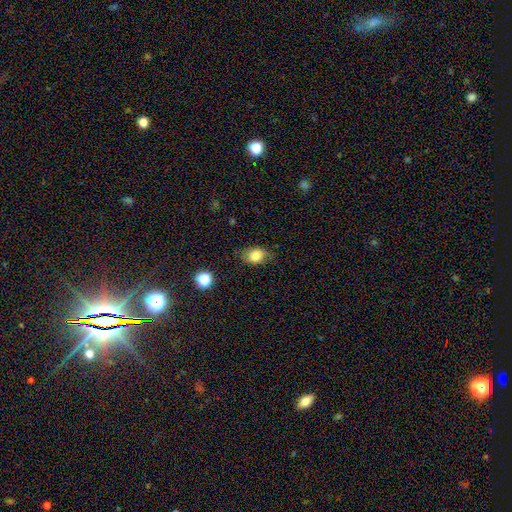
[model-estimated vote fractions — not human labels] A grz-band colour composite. It shows a smooth galaxy with no disk features (83%) that is in between round and cigar-shaped (73%). Merging: none (73%).